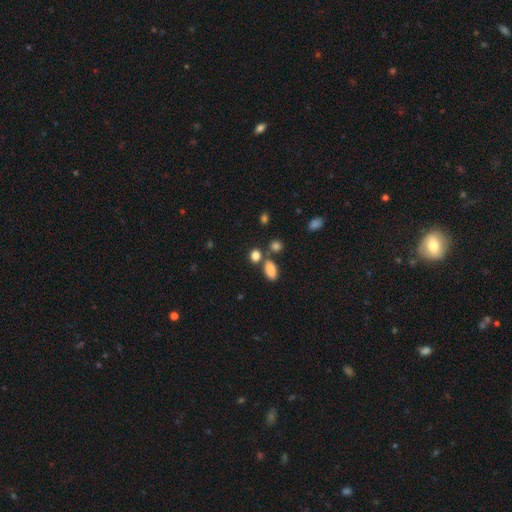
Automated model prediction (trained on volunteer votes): The model was most divided on "how rounded": in between: 58%, round: 39%, cigar-shaped: 3%. More confident: smooth or featured — smooth (83%); merging — none (63%).